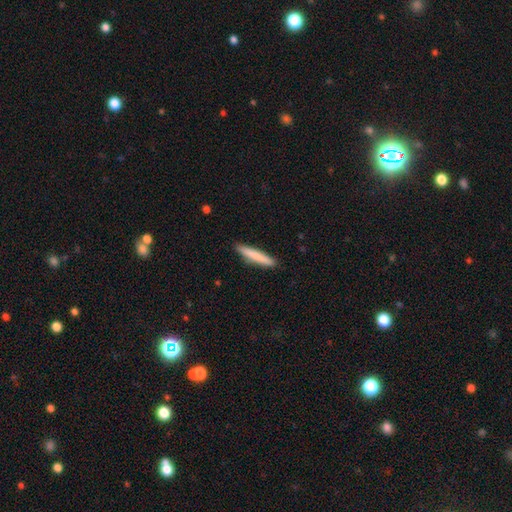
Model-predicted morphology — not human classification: Smooth or featured?
  - smooth: 79% *
  - featured or disk: 15%
  - star or artifact: 5%
How rounded?
  - cigar-shaped: 94% *
  - in between: 5%
  - round: 1%
Merging?
  - none: 90% *
  - minor disturbance: 7%
  - major disturbance: 1%
  - merger: 1%